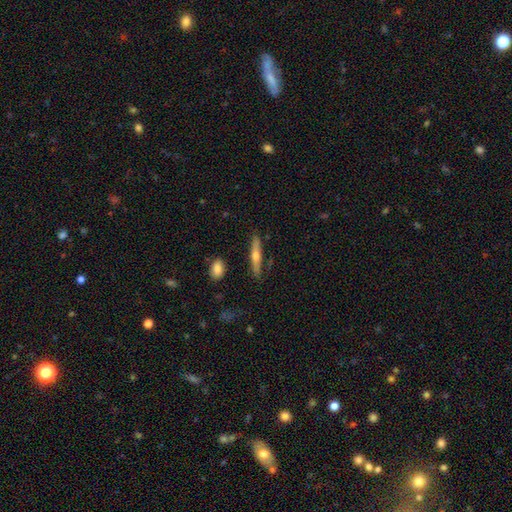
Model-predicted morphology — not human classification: A featured or disk galaxy (50%) viewed edge-on (94%). Merging: none (87%).